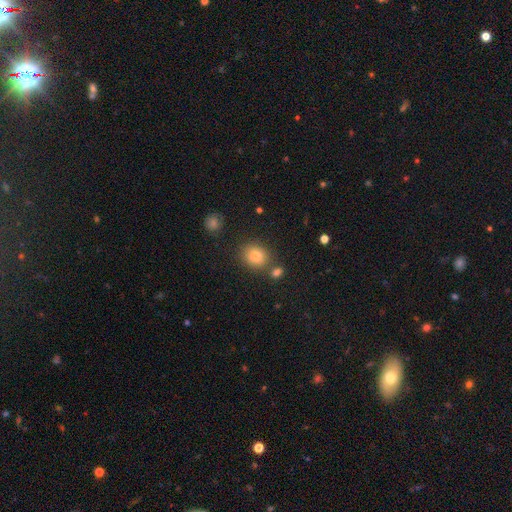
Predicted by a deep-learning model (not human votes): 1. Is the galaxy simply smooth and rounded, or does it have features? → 79% smooth, 13% star or artifact, 8% featured or disk.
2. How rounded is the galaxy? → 64% round, 35% in between, 1% cigar-shaped.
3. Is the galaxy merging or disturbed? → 75% none, 11% merger, 10% minor disturbance, 3% major disturbance.